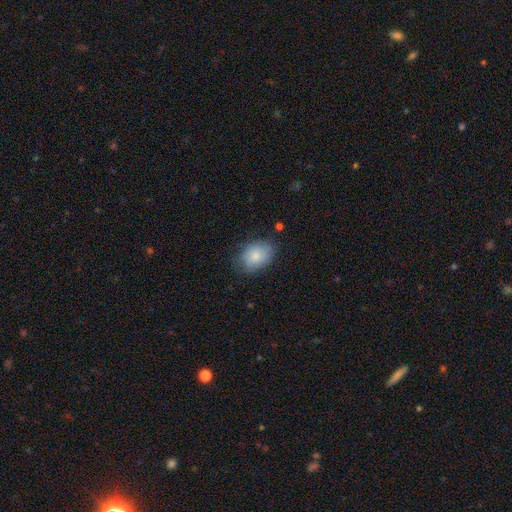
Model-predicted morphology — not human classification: This is clearly a smooth galaxy (81%). How rounded: likely in between (77%). Merging: likely none (70%).